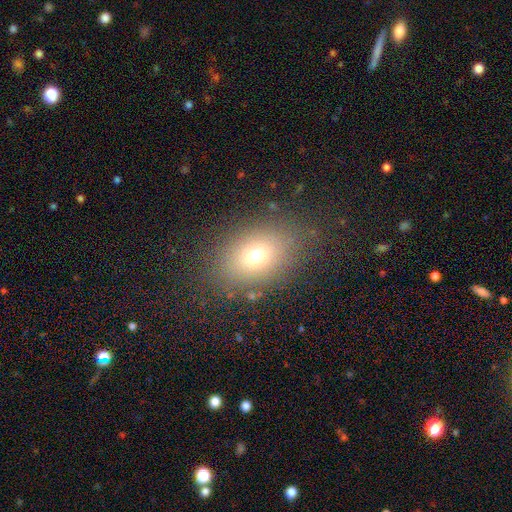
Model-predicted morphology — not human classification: A smooth galaxy with no disk features (69%) that is in between round and cigar-shaped (71%). Merging: none (82%).